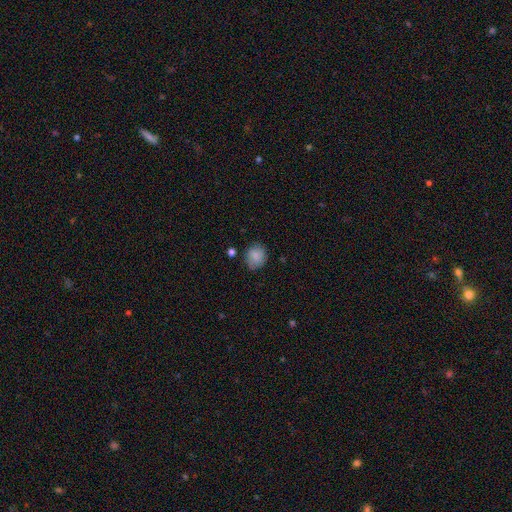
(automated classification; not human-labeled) smooth_or_featured: smooth (p=0.84) [alt: star or artifact p=0.08]
how_rounded: round (p=0.68) [alt: in between p=0.31]
merging: none (p=0.76) [alt: minor disturbance p=0.17]